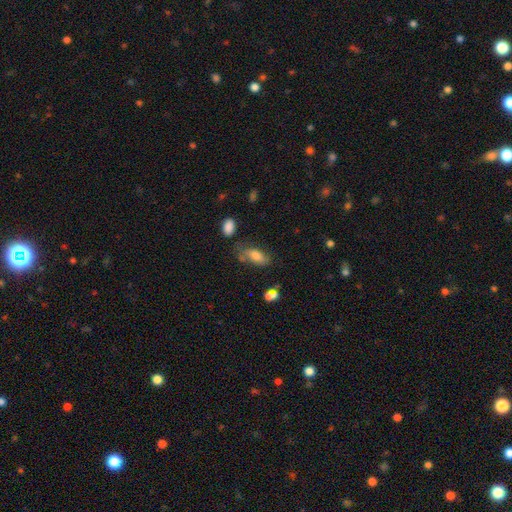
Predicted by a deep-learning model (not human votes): The model was most divided on "merging": none: 55%, minor disturbance: 27%, major disturbance: 11%, merger: 7%. More confident: how rounded — in between (86%); smooth or featured — smooth (73%).